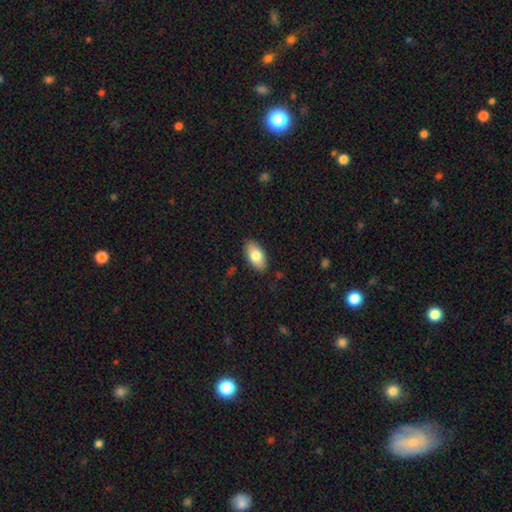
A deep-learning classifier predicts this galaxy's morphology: This appears to be a smooth galaxy with no disk features (80%) that is in between round and cigar-shaped (94%). Merging: none (86%).